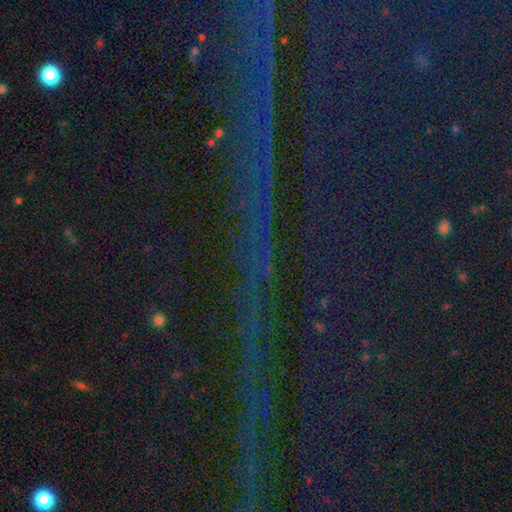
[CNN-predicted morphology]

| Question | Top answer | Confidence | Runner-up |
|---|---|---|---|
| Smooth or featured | star or artifact | 87% | featured or disk (7%) |